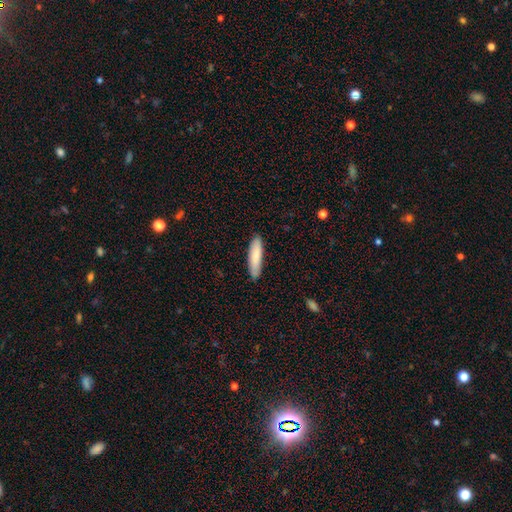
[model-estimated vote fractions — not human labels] Smooth or featured? Predicted: smooth (p=0.84). How rounded? Predicted: cigar-shaped (p=0.73). Merging? Predicted: none (p=0.86).